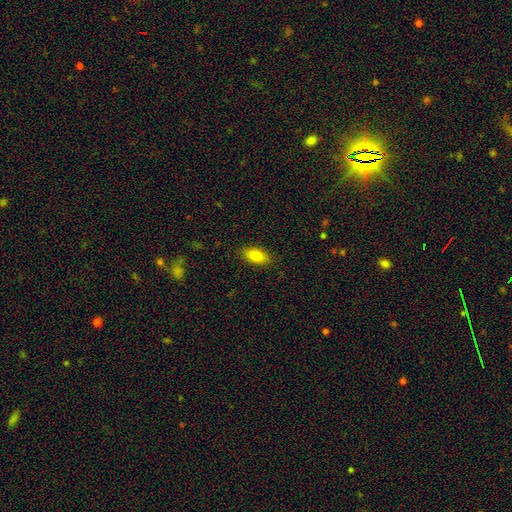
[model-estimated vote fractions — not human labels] Q: Smooth or featured?
A: smooth (82%); runner-up: featured or disk (11%)
Q: How rounded?
A: in between (89%); runner-up: cigar-shaped (7%)
Q: Merging?
A: none (88%); runner-up: minor disturbance (9%)